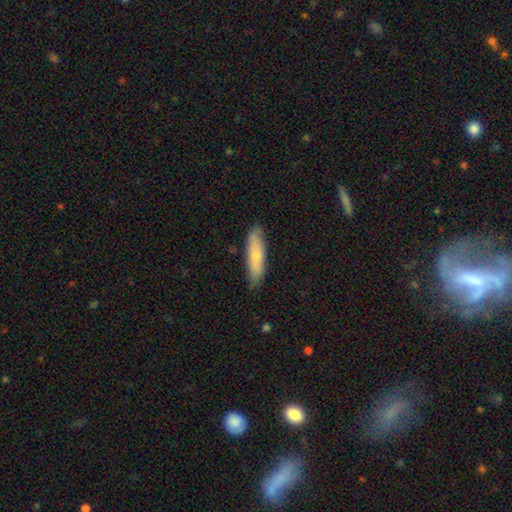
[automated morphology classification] Smooth or featured? smooth (68%)
How rounded? cigar-shaped (67%)
Merging? none (83%)